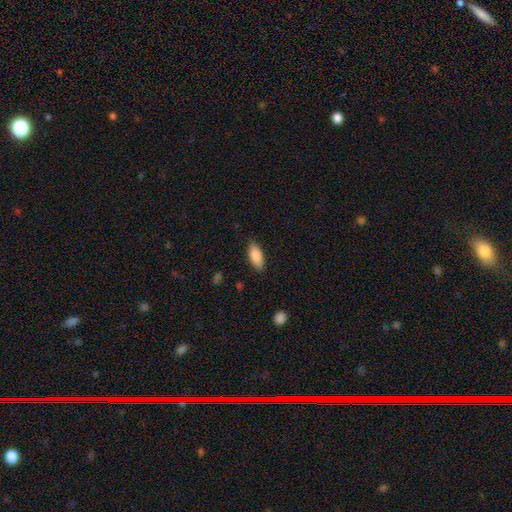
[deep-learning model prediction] smooth_or_featured: smooth (p=0.86) [alt: featured or disk p=0.08]
how_rounded: in between (p=0.82) [alt: cigar-shaped p=0.16]
merging: none (p=0.84) [alt: minor disturbance p=0.13]